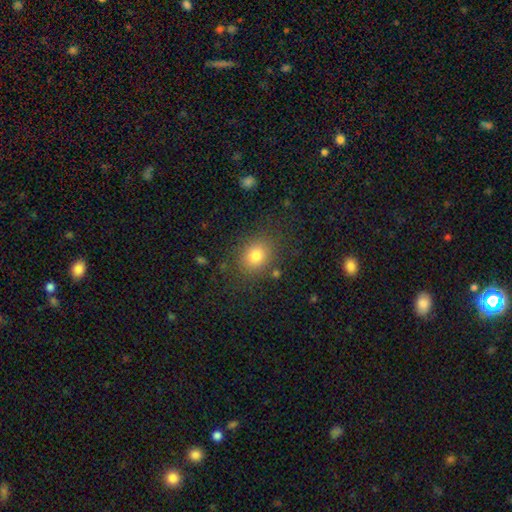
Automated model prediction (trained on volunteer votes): A smooth galaxy with no disk features (81%) that is round (60%). Merging: none (82%).